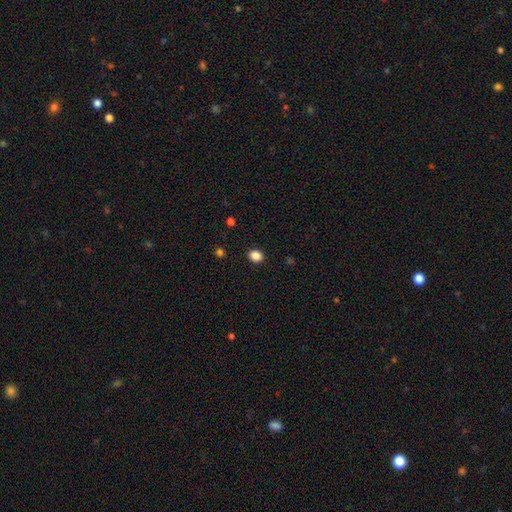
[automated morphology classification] smooth_or_featured: smooth (p=0.86) [alt: star or artifact p=0.11]
how_rounded: round (p=0.59) [alt: in between p=0.40]
merging: none (p=0.90) [alt: minor disturbance p=0.07]